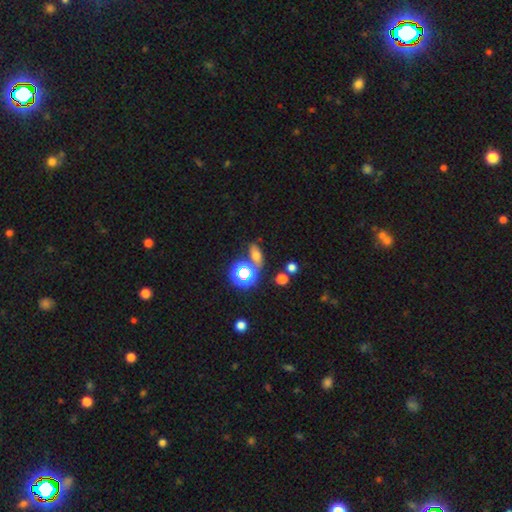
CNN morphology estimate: type=smooth (53%); roundness=in between (69%); merging=none (67%).